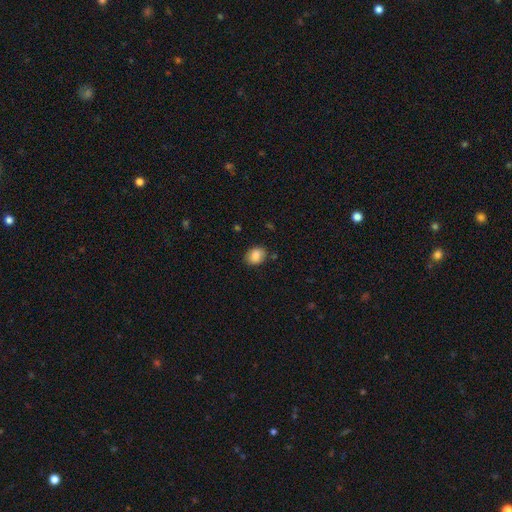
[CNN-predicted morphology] Smooth or featured? Predicted: smooth (p=0.84). How rounded? Predicted: in between (p=0.56). Merging? Predicted: none (p=0.78).